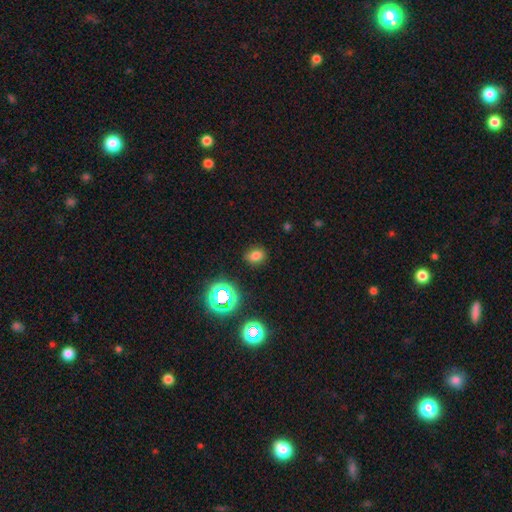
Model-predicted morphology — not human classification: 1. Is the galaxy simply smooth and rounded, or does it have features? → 72% smooth, 21% star or artifact, 6% featured or disk.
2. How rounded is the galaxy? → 52% in between, 47% round, 1% cigar-shaped.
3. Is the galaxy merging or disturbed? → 84% none, 11% minor disturbance, 3% major disturbance, 2% merger.